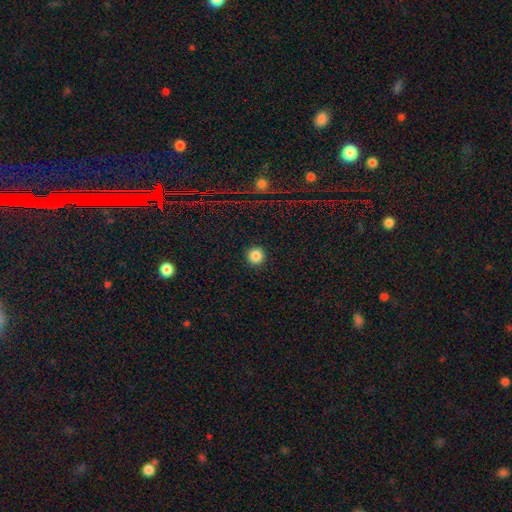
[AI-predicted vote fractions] smooth-or-featured: smooth: 84% | star or artifact: 12% | featured or disk: 4%
  how-rounded: round: 95% | in between: 4% | cigar-shaped: 1%
  merging: none: 92% | minor disturbance: 5% | major disturbance: 2% | merger: 1%